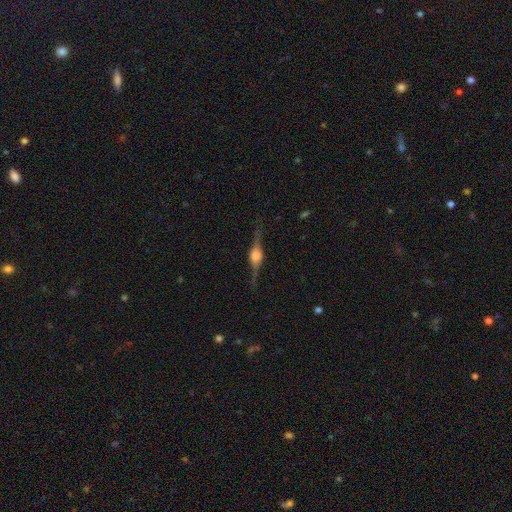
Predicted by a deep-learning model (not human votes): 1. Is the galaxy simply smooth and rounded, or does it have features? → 84% featured or disk, 10% smooth, 6% star or artifact.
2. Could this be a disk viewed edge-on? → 97% yes, 3% no.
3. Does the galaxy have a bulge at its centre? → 88% rounded, 10% boxy, 2% none.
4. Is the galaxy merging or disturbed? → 86% none, 10% minor disturbance, 3% major disturbance, 1% merger.